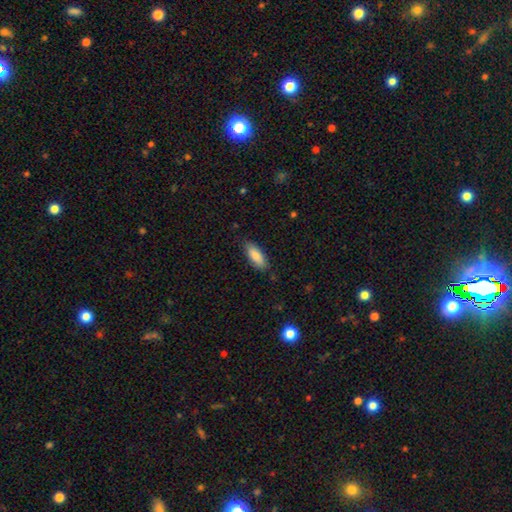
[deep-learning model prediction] The model was most divided on "how rounded": in between: 69%, cigar-shaped: 29%, round: 2%. More confident: smooth or featured — smooth (85%); merging — none (83%).